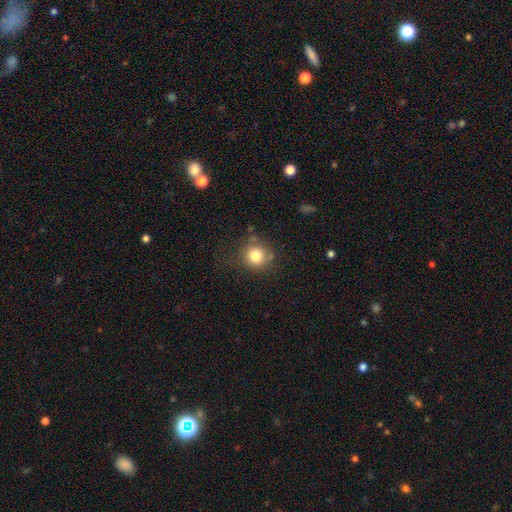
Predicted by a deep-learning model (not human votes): The model was most divided on "merging": none: 73%, minor disturbance: 18%, major disturbance: 6%, merger: 3%. More confident: how rounded — round (89%); smooth or featured — smooth (79%).